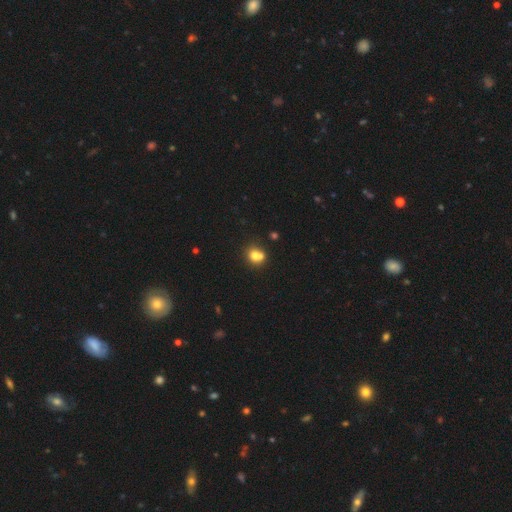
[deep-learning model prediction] A smooth galaxy with no disk features (74%) that is round (76%).

Vote fractions:
- Smooth or featured? smooth: 74% / featured or disk: 14% / star or artifact: 12%
- How rounded? round: 76% / in between: 23% / cigar-shaped: 1%
- Merging? merger: 44% / none: 42% / minor disturbance: 10% / major disturbance: 4%